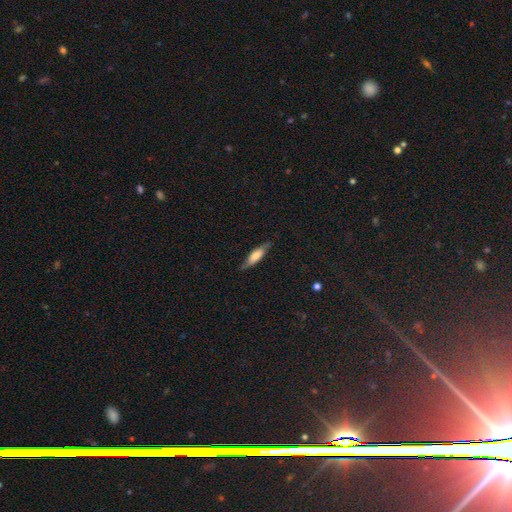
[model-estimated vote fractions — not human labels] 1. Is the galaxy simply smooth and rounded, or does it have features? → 62% smooth, 31% featured or disk, 7% star or artifact.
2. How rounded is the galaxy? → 62% cigar-shaped, 36% in between, 2% round.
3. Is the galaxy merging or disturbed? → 77% none, 18% minor disturbance, 4% major disturbance, 1% merger.